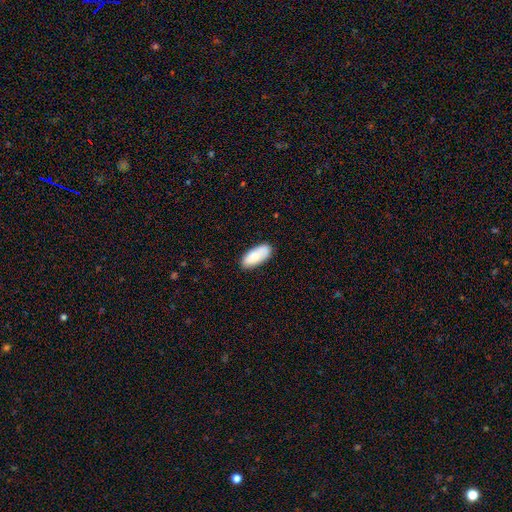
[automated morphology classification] This is clearly a smooth galaxy (87%). How rounded: clearly in between (86%). Merging: clearly none (82%).